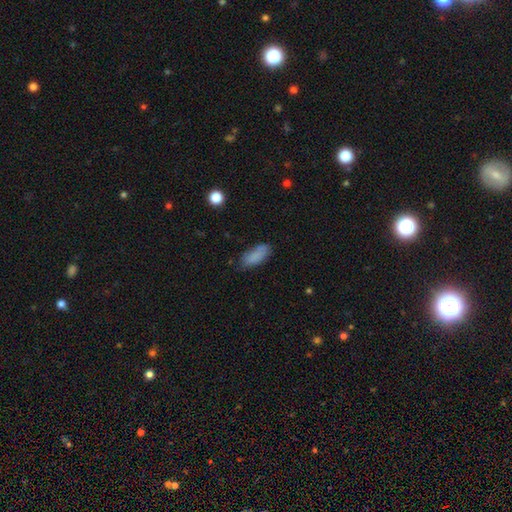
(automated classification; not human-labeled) Overall: smooth (84%). How rounded: in between (83%). Merging: none (71%).